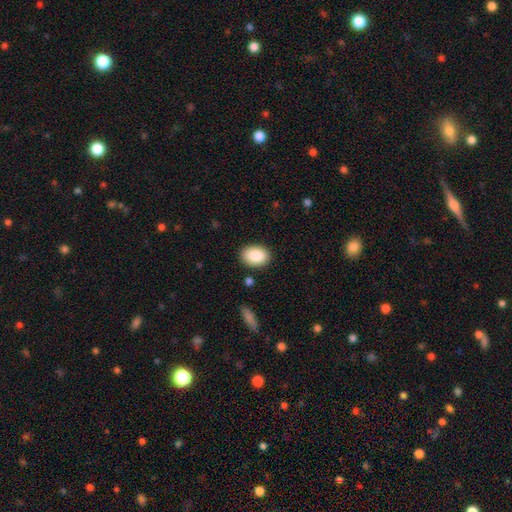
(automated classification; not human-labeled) Morphology: type=smooth (88%); roundness=in between (79%); merging=none (87%).